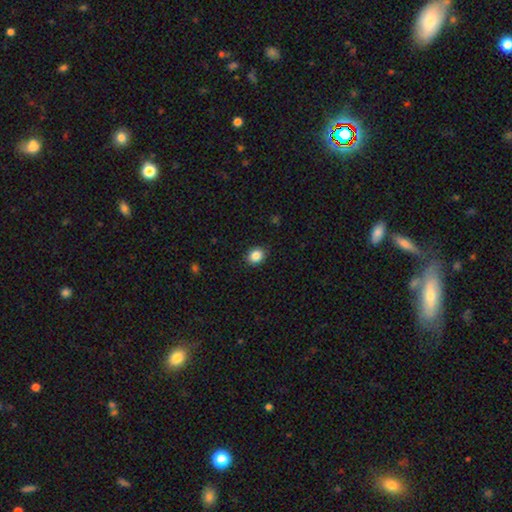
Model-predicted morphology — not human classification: type=smooth (86%); roundness=round (64%); merging=none (89%).